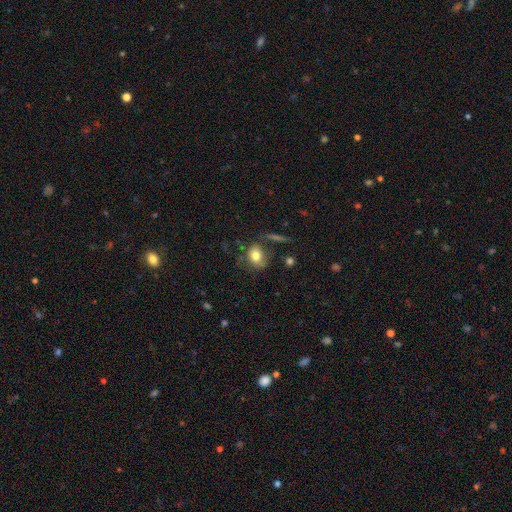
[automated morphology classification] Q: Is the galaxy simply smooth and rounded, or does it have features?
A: smooth — 79%.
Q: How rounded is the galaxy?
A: in between — 54%.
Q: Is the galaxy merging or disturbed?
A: none — 65%.